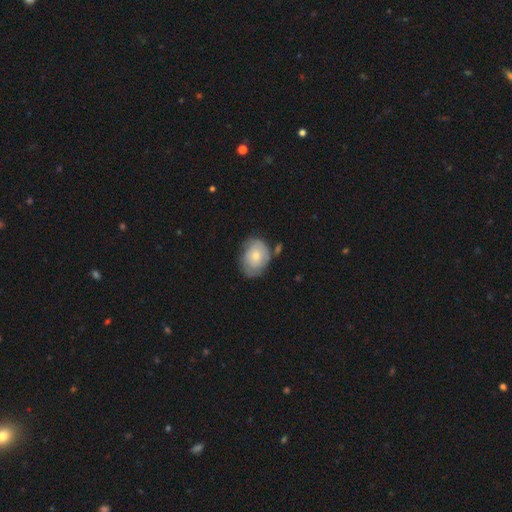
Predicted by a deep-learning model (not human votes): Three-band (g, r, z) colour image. It shows a smooth galaxy with no disk features (63%) that is in between round and cigar-shaped (58%). Merging: none (59%).